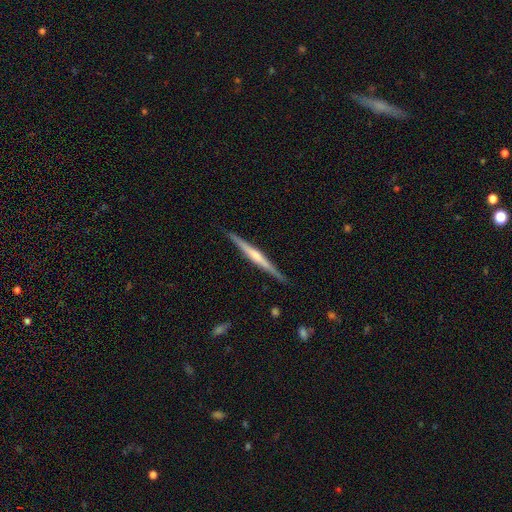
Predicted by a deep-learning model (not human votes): The model was most divided on "edge-on bulge": rounded: 50%, none: 32%, boxy: 17%. More confident: edge-on disk — yes (98%); merging — none (90%); smooth or featured — featured or disk (70%).